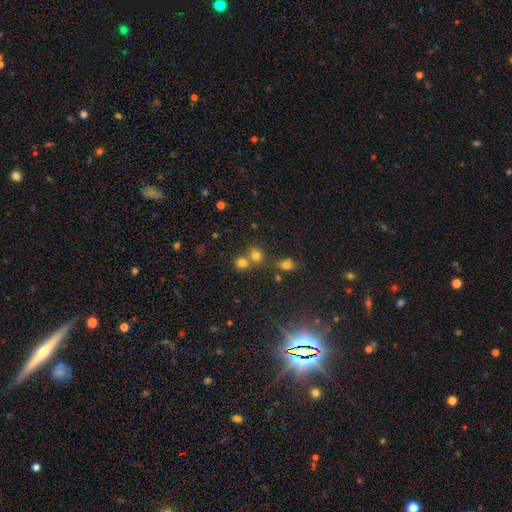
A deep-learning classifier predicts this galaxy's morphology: type=smooth (73%); roundness=round (78%); merging=none (53%).